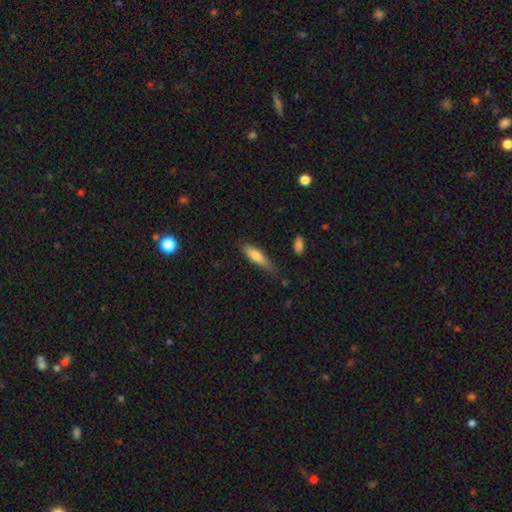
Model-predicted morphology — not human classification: Q: Smooth or featured?
A: smooth (74%); runner-up: featured or disk (20%)
Q: How rounded?
A: cigar-shaped (64%); runner-up: in between (34%)
Q: Merging?
A: none (67%); runner-up: minor disturbance (26%)